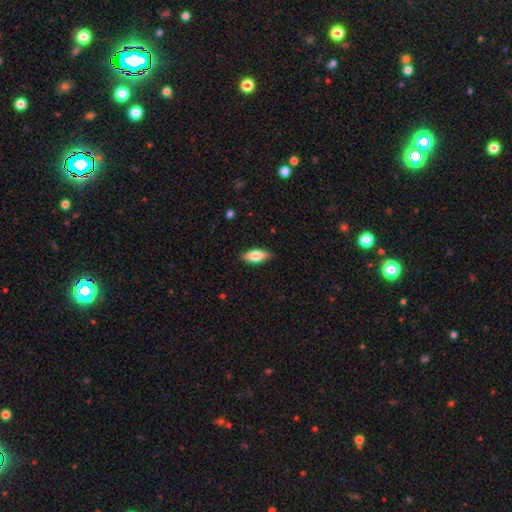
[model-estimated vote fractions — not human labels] Q: Smooth or featured?
A: smooth (74%); runner-up: featured or disk (20%)
Q: How rounded?
A: in between (81%); runner-up: cigar-shaped (17%)
Q: Merging?
A: none (88%); runner-up: minor disturbance (9%)